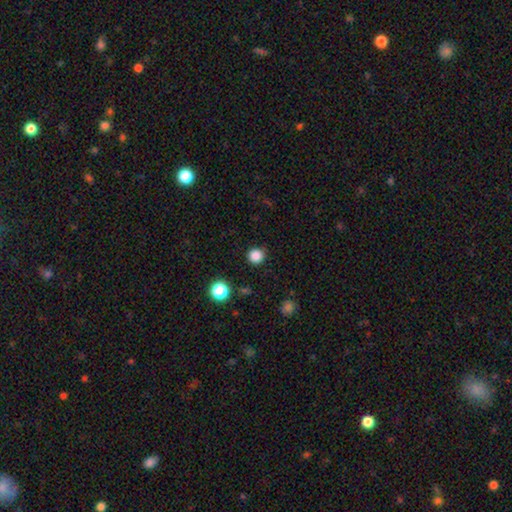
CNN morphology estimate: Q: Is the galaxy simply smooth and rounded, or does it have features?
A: smooth — 84%.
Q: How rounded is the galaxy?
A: round — 95%.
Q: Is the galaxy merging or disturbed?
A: none — 88%.